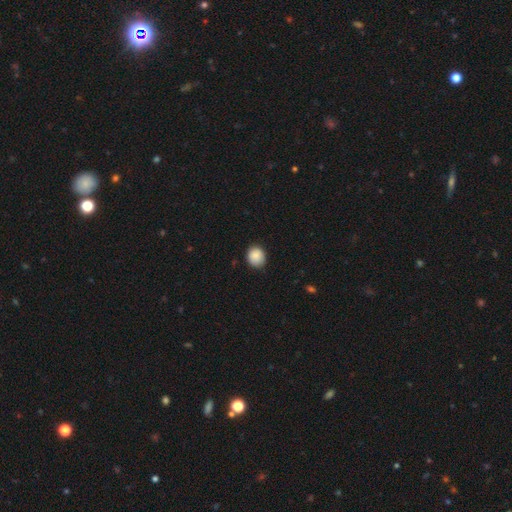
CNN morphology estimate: Smooth or featured? Predicted: smooth (p=0.86). How rounded? Predicted: round (p=0.77). Merging? Predicted: none (p=0.82).